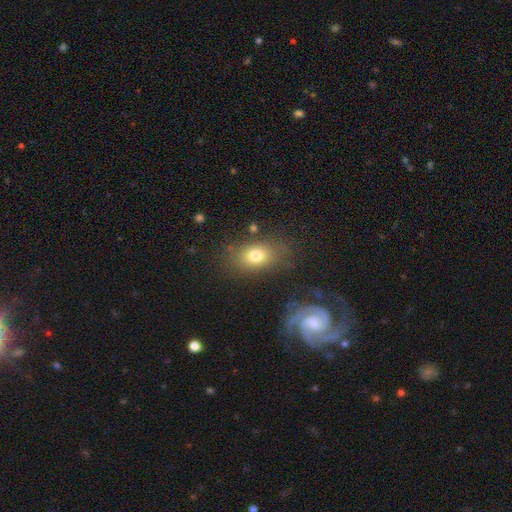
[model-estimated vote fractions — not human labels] Smooth or featured: smooth — 75% (featured or disk — 14%)
How rounded: in between — 73% (round — 25%)
Merging: none — 76% (minor disturbance — 14%)